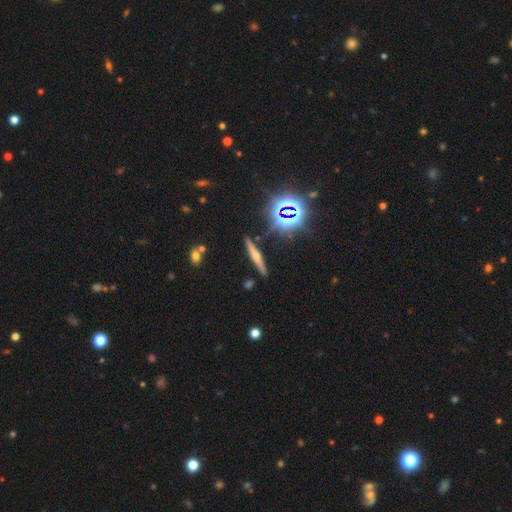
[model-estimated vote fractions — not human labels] featured or disk 49%, smooth 32%, star or artifact 19%. Down the decision tree: merging — none (86%).